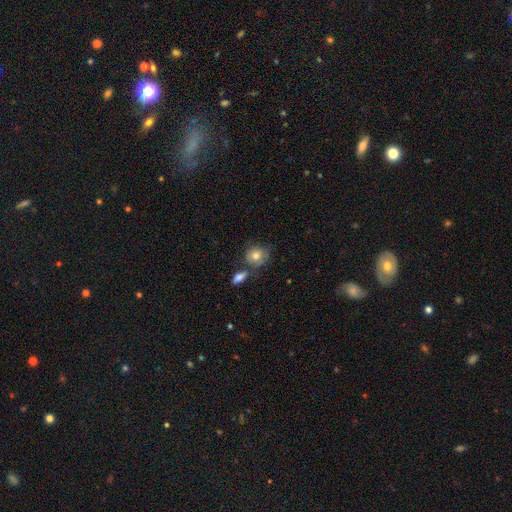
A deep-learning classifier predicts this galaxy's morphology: This appears to be a smooth galaxy with no disk features (75%) that is round (72%). Merging: none (55%).